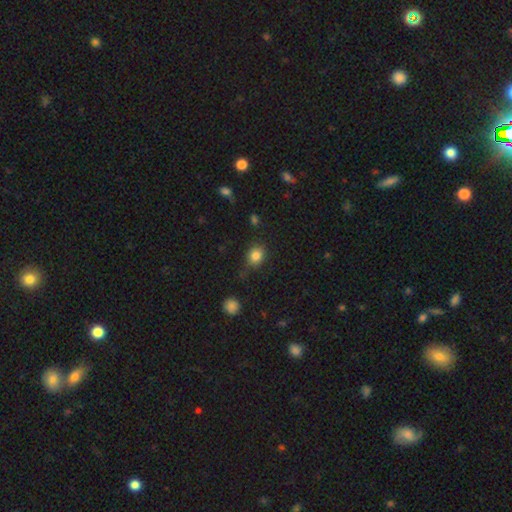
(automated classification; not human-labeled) Smooth or featured? Predicted: smooth (p=0.83). How rounded? Predicted: round (p=0.61). Merging? Predicted: none (p=0.70).